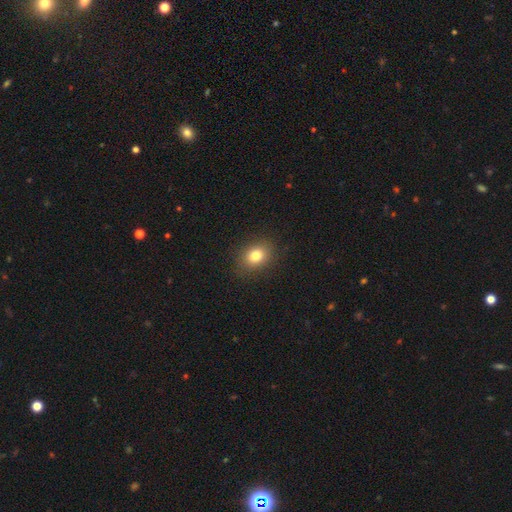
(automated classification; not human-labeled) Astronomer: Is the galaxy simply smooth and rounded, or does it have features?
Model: smooth — 80%.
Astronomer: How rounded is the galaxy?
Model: in between — 56% (runner-up: round, 42%).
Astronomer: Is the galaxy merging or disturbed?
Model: none — 88%.